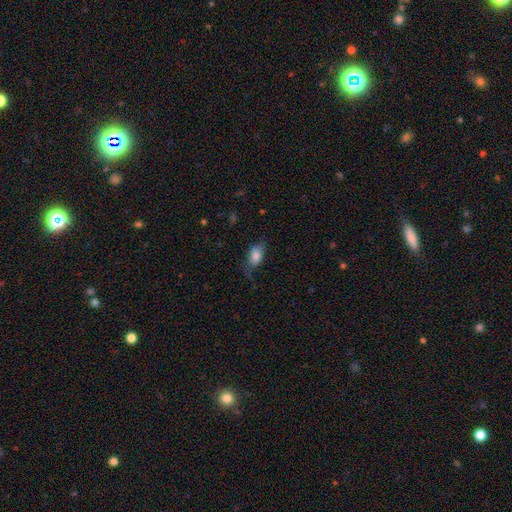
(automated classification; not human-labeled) smooth_or_featured: smooth (p=0.78) [alt: featured or disk p=0.15]
how_rounded: in between (p=0.89) [alt: round p=0.07]
merging: none (p=0.55) [alt: minor disturbance p=0.29]